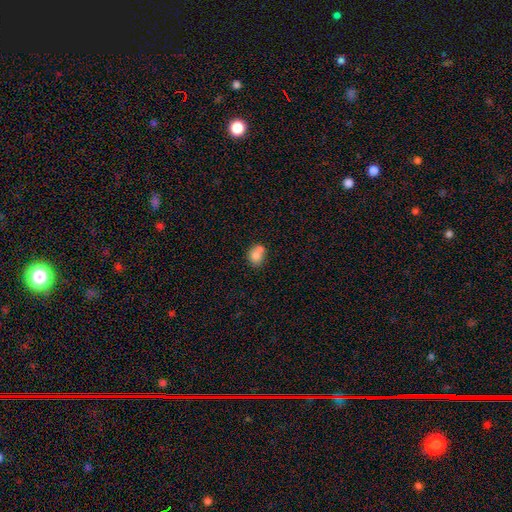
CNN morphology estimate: Smooth or featured? Predicted: smooth (p=0.77). How rounded? Predicted: round (p=0.58). Merging? Predicted: merger (p=0.49).